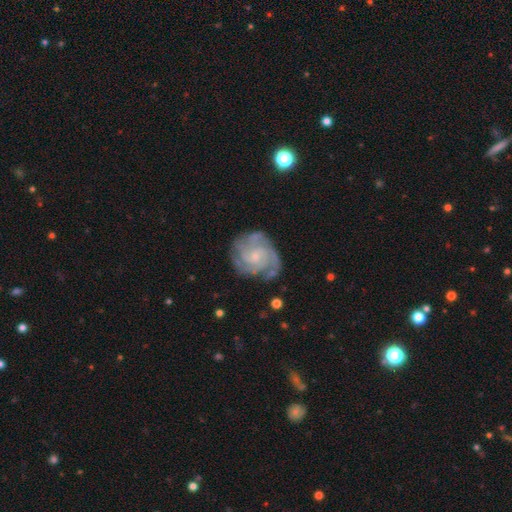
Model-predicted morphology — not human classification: smooth_or_featured: featured or disk (p=0.85) [alt: smooth p=0.09]
disk_edge_on: no (p=0.98) [alt: yes p=0.02]
bar: no (p=0.70) [alt: weak p=0.26]
has_spiral_arms: yes (p=0.97) [alt: no p=0.03]
spiral_winding: tight (p=0.62) [alt: medium p=0.32]
spiral_arm_count: 3 (p=0.32) [alt: 4 p=0.25]
bulge_size: small (p=0.73) [alt: moderate p=0.20]
merging: none (p=0.71) [alt: minor disturbance p=0.19]